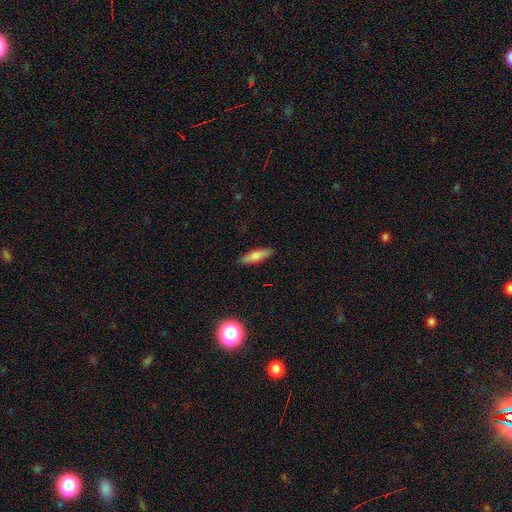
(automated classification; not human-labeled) Overall: smooth (76%). How rounded: cigar-shaped (64%; in between 34%). Merging: none (88%).